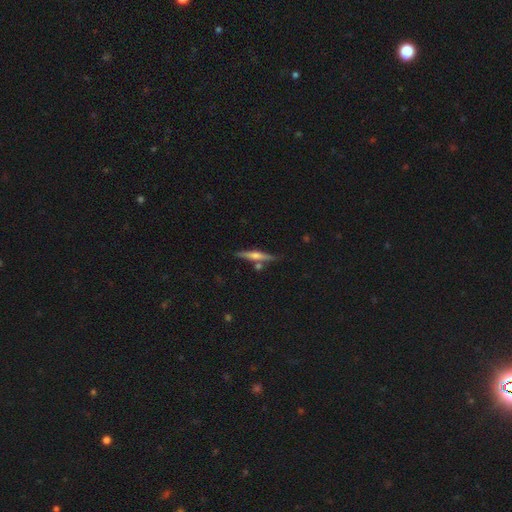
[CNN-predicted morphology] Smooth or featured?
  - featured or disk: 63% *
  - smooth: 30%
  - star or artifact: 7%
Edge-on disk?
  - yes: 97% *
  - no: 3%
Edge-on bulge?
  - rounded: 83% *
  - none: 9%
  - boxy: 8%
Merging?
  - none: 80% *
  - minor disturbance: 10%
  - merger: 8%
  - major disturbance: 2%